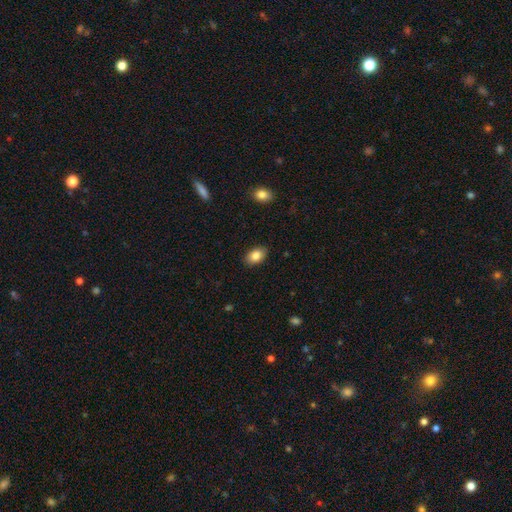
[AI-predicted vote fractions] Overall: smooth (84%). How rounded: in between (88%). Merging: none (87%).